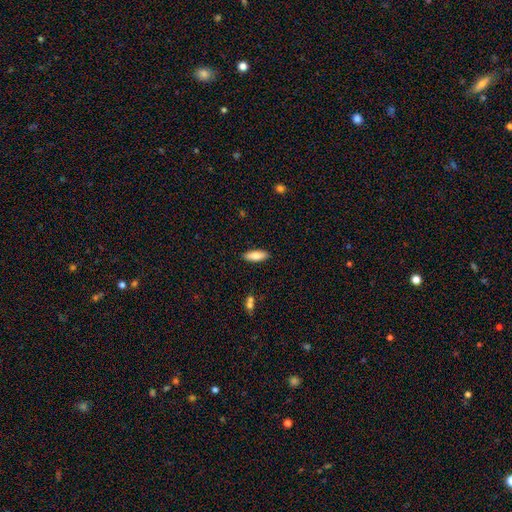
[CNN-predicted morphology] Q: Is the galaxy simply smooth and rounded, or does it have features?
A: smooth — 82%.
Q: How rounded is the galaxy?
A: in between — 67%.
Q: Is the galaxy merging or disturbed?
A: none — 89%.